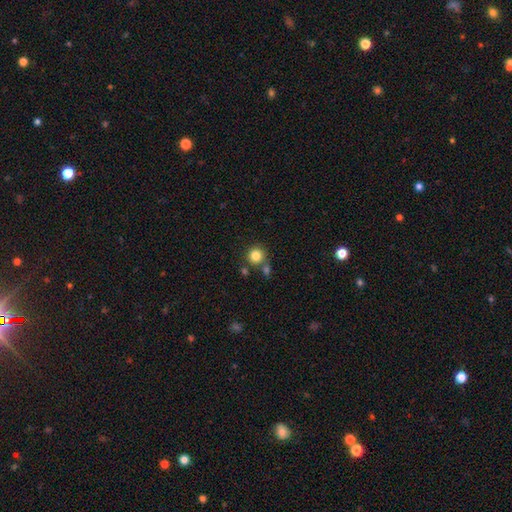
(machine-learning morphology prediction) smooth_or_featured: smooth (p=0.84) [alt: star or artifact p=0.11]
how_rounded: round (p=0.93) [alt: in between p=0.06]
merging: none (p=0.73) [alt: merger p=0.15]